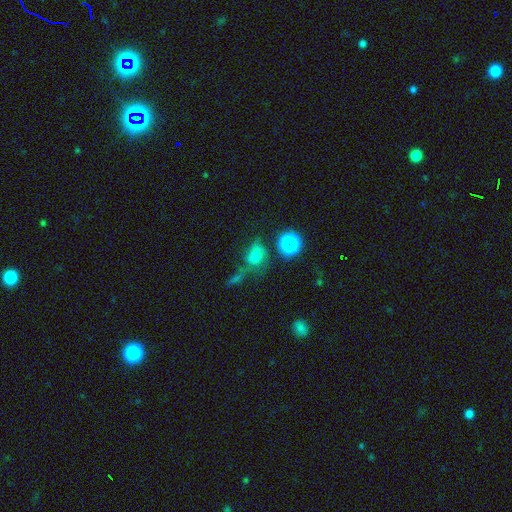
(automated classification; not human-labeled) The model was most divided on "how rounded": in between: 51%, round: 46%, cigar-shaped: 3%. Remaining: smooth or featured — smooth (64%); merging — none (40%).